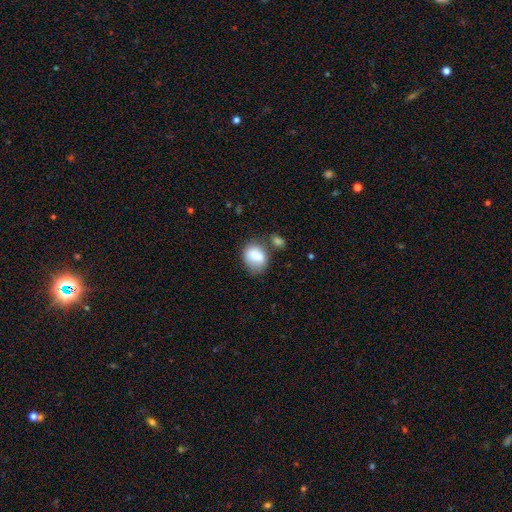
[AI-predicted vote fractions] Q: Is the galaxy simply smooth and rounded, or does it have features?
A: smooth — 79%.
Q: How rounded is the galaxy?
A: in between — 60%.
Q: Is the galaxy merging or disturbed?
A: none — 54%.